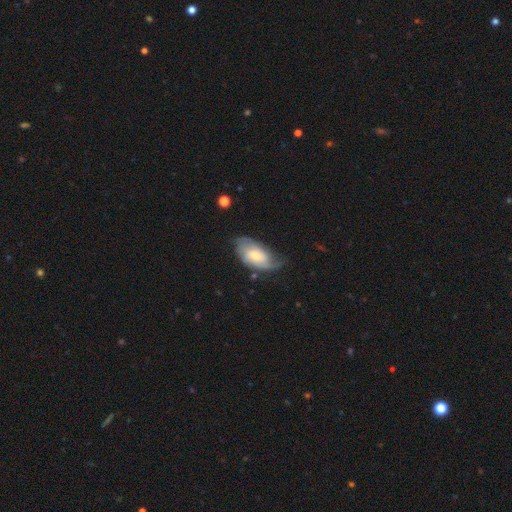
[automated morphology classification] Overall: featured or disk (58%; smooth 37%). Edge-on disk: no (94%). Bar: no (56%; weak 37%). Spiral arms: yes (86%). Bulge size: moderate (47%; small 32%). Merging: none (51%; minor disturbance 32%).